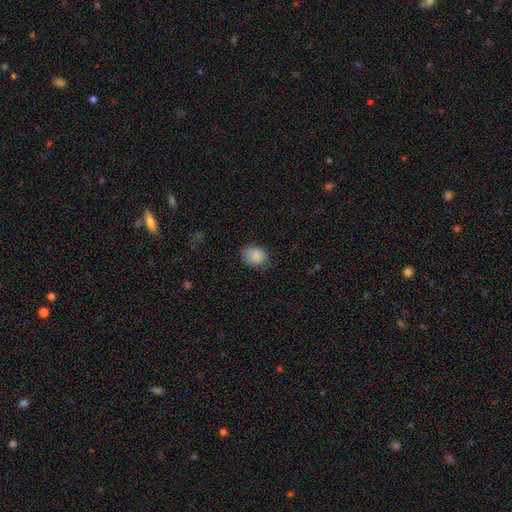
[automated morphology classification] Smooth or featured? Predicted: smooth (p=0.85). How rounded? Predicted: in between (p=0.55). Merging? Predicted: none (p=0.64).